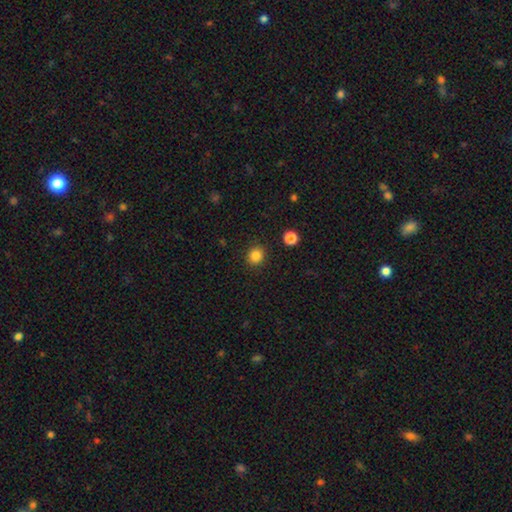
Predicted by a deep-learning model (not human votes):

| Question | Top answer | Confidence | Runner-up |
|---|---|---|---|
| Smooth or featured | smooth | 84% | star or artifact (11%) |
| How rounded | round | 84% | in between (15%) |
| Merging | none | 90% | minor disturbance (6%) |